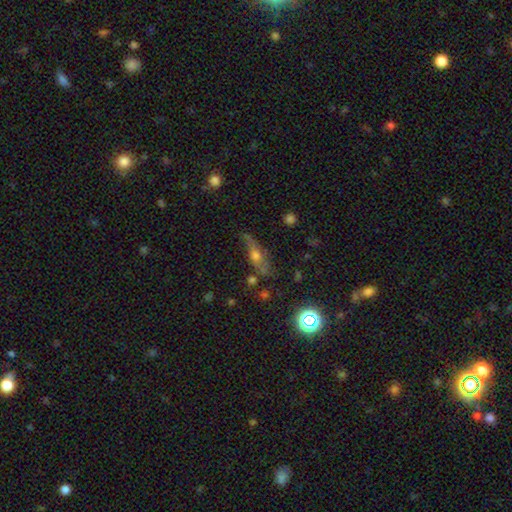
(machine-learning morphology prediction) This is marginally a smooth galaxy (45%). Merging: possibly none (54%).